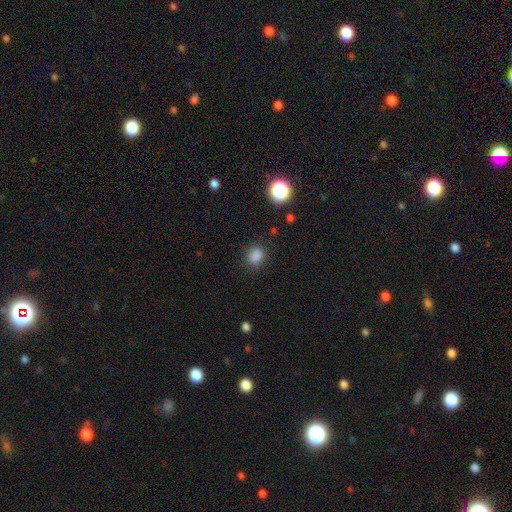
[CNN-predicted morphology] Q: Smooth or featured?
A: smooth (83%); runner-up: star or artifact (14%)
Q: How rounded?
A: round (62%); runner-up: in between (37%)
Q: Merging?
A: none (83%); runner-up: minor disturbance (12%)